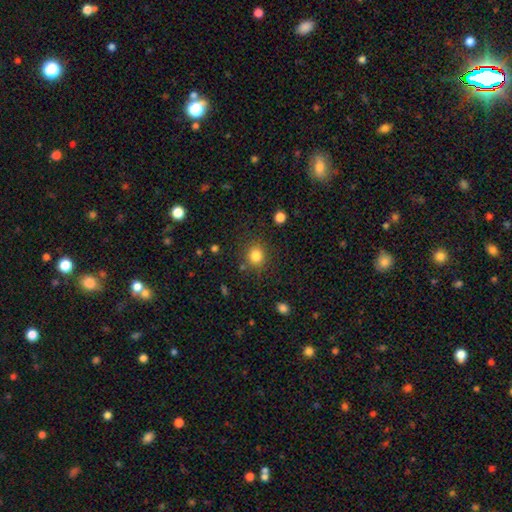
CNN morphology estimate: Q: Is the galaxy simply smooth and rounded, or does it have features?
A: smooth — 83%.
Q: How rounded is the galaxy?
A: round — 85%.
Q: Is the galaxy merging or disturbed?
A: none — 83%.